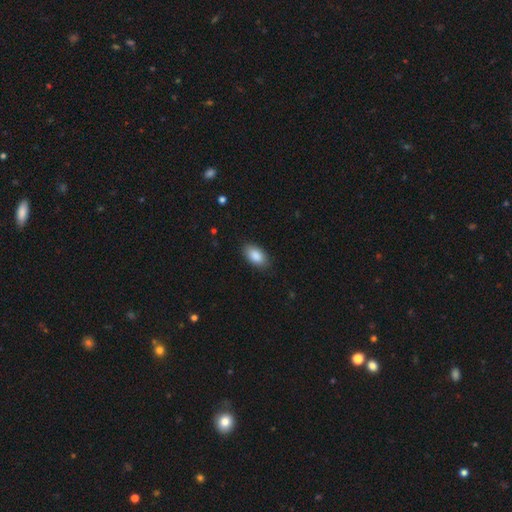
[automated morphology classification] Q: Smooth or featured?
A: smooth (88%); runner-up: star or artifact (7%)
Q: How rounded?
A: in between (94%); runner-up: round (4%)
Q: Merging?
A: none (85%); runner-up: minor disturbance (11%)